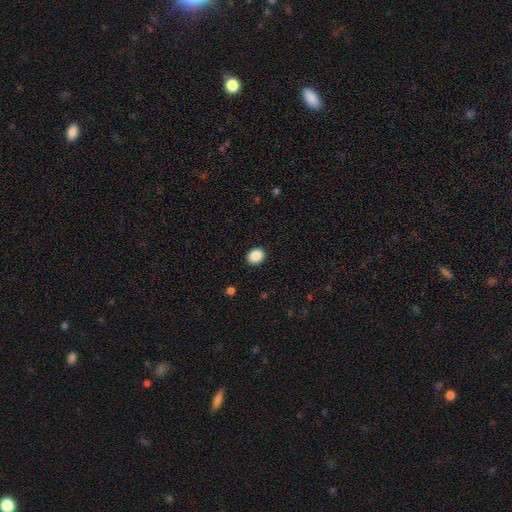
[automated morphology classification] Q: Smooth or featured?
A: smooth (89%); runner-up: star or artifact (8%)
Q: How rounded?
A: round (55%); runner-up: in between (45%)
Q: Merging?
A: none (91%); runner-up: minor disturbance (6%)